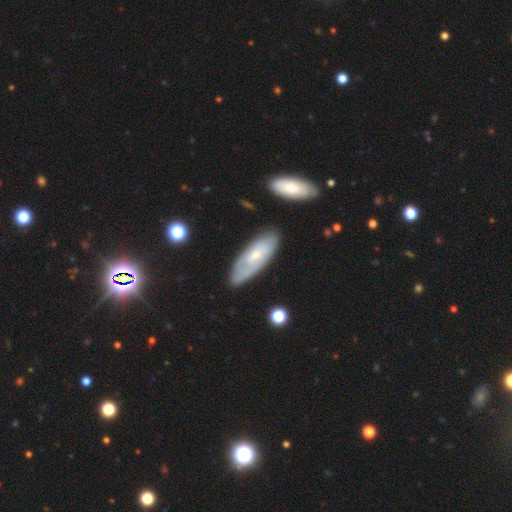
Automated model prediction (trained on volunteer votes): Overall: smooth (48%; featured or disk 46%). Merging: none (70%).